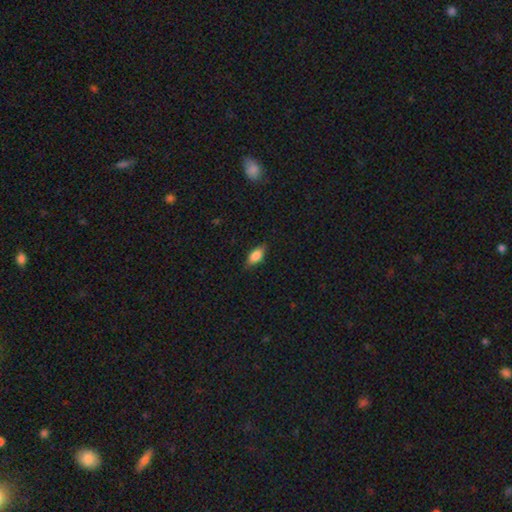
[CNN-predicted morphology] Q: Smooth or featured?
A: smooth (80%); runner-up: featured or disk (13%)
Q: How rounded?
A: in between (85%); runner-up: cigar-shaped (12%)
Q: Merging?
A: none (83%); runner-up: minor disturbance (13%)